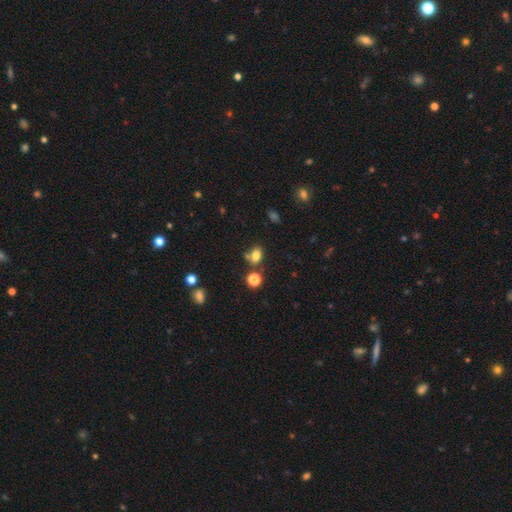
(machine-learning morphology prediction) Smooth or featured?
  - smooth: 77% *
  - star or artifact: 15%
  - featured or disk: 8%
How rounded?
  - in between: 68% *
  - round: 31%
  - cigar-shaped: 2%
Merging?
  - none: 62% *
  - merger: 19%
  - minor disturbance: 15%
  - major disturbance: 5%